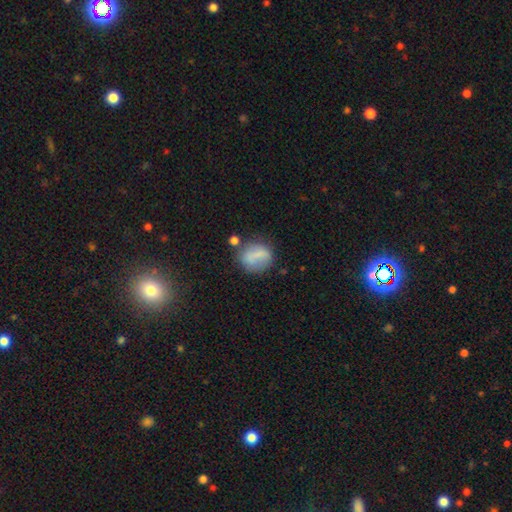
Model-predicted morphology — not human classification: Smooth or featured? smooth (70%)
How rounded? round (69%)
Merging? none (57%)